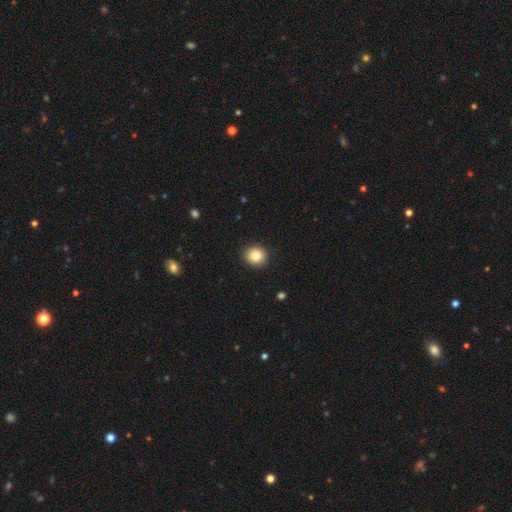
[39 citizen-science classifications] Morphology: type=smooth (82%); roundness=round (94%); merging=none (86%).